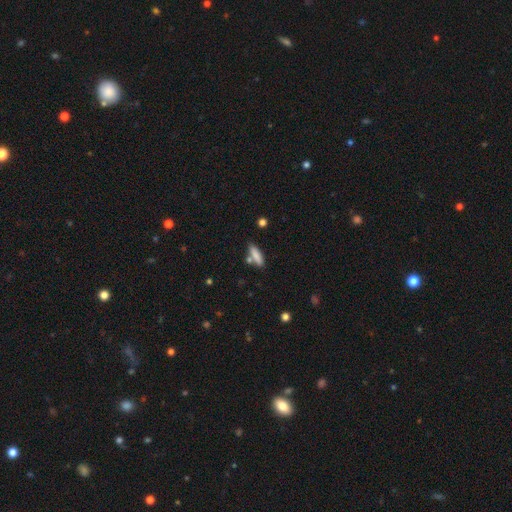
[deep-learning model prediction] smooth 82%, featured or disk 11%, star or artifact 7%. Down the decision tree: how rounded — cigar-shaped (62%); merging — none (68%).